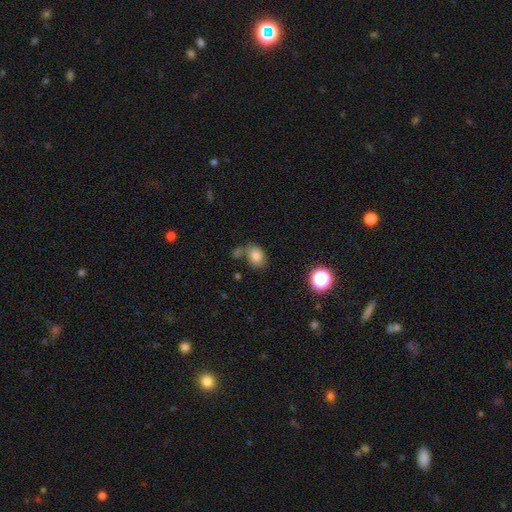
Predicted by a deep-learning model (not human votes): Overall: smooth (80%). How rounded: in between (74%). Merging: none (64%).